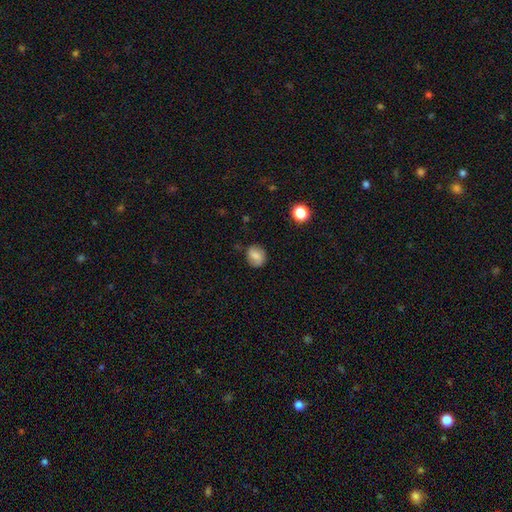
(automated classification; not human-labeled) A smooth galaxy with no disk features (74%) that is round (70%). Merging: none (80%).